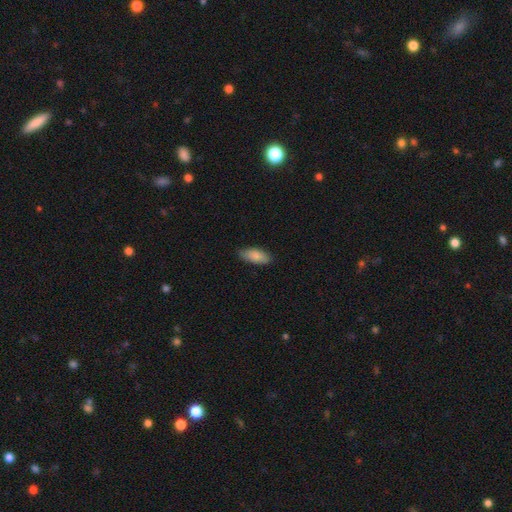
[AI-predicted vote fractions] A smooth galaxy with no disk features (87%) that is in between round and cigar-shaped (85%). Merging: none (84%).